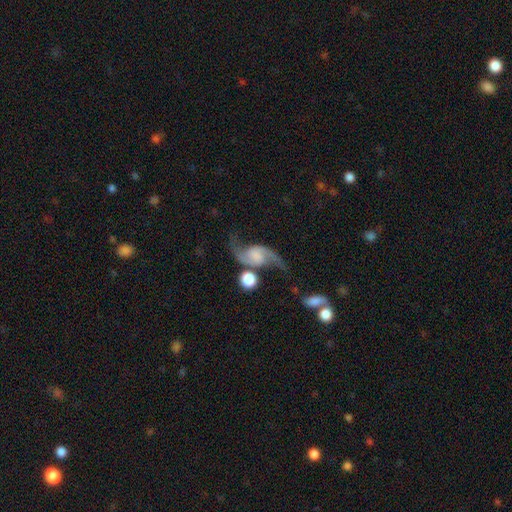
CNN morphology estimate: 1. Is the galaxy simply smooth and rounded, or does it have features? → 87% featured or disk, 7% smooth, 6% star or artifact.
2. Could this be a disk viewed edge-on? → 97% no, 3% yes.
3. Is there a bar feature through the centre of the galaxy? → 54% no, 33% weak, 12% strong.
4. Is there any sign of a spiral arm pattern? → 97% yes, 3% no.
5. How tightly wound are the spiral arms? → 81% loose, 15% medium, 3% tight.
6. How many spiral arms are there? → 94% 2, 1% 1, 1% can't tell, 1% 3, 1% 4, 1% more than 4.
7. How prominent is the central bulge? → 48% none, 17% small, 15% moderate, 14% large, 5% dominant.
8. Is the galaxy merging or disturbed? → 67% none, 15% minor disturbance, 9% merger, 9% major disturbance.